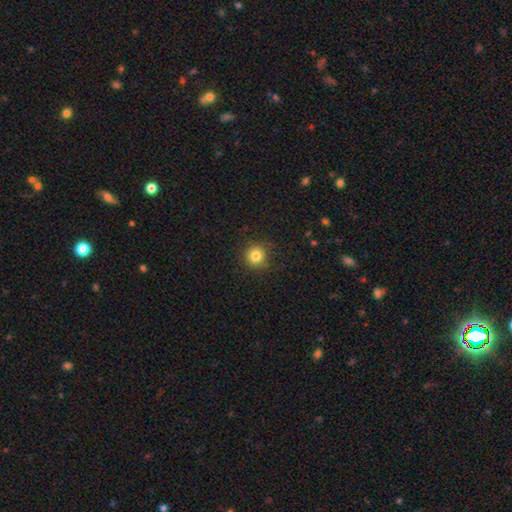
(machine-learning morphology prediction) This is clearly a smooth galaxy (82%). How rounded: clearly round (93%). Merging: clearly none (89%).